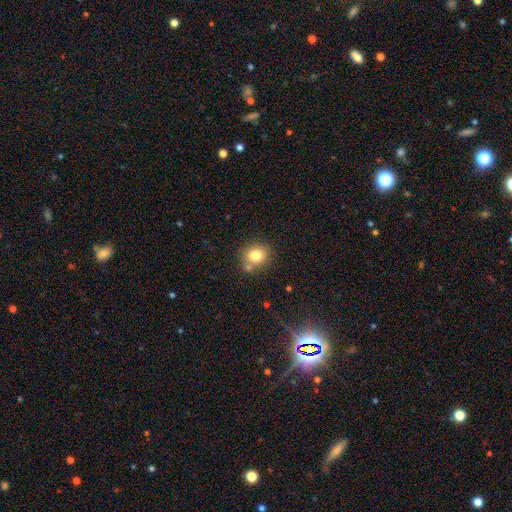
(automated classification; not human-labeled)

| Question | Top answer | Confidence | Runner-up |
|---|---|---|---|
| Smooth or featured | smooth | 80% | star or artifact (11%) |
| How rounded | round | 76% | in between (23%) |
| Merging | none | 69% | merger (16%) |